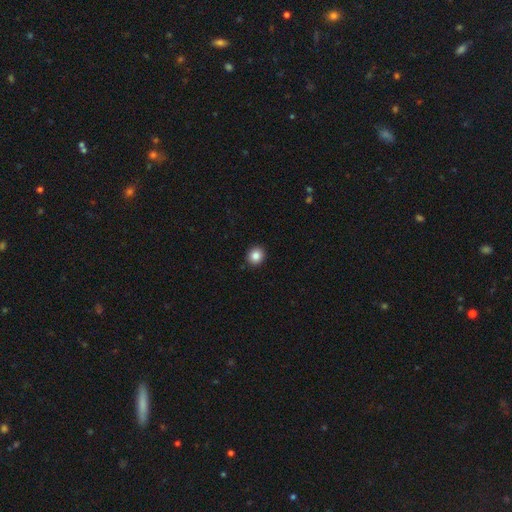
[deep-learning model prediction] The model was most divided on "how rounded": round: 85%, in between: 14%, cigar-shaped: 1%. More confident: merging — none (92%); smooth or featured — smooth (86%).